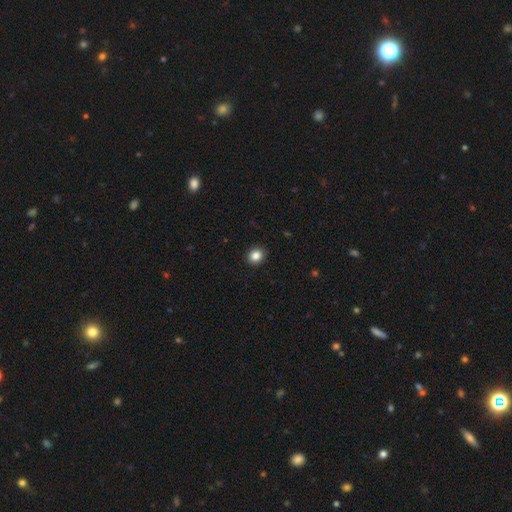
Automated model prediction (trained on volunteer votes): Morphology: type=smooth (85%); roundness=round (71%); merging=none (92%).